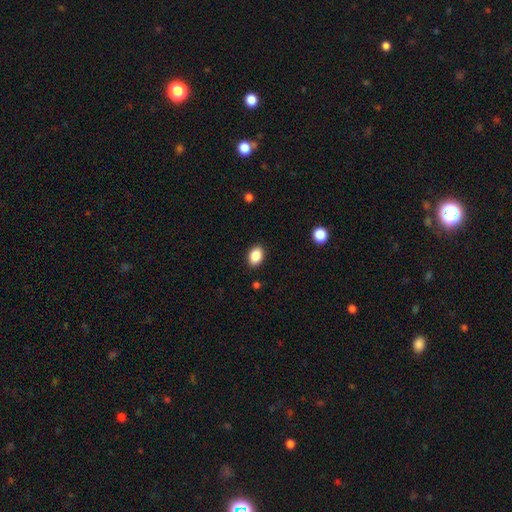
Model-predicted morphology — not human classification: The model was most divided on "how rounded": in between: 79%, round: 20%, cigar-shaped: 1%. More confident: merging — none (88%); smooth or featured — smooth (88%).